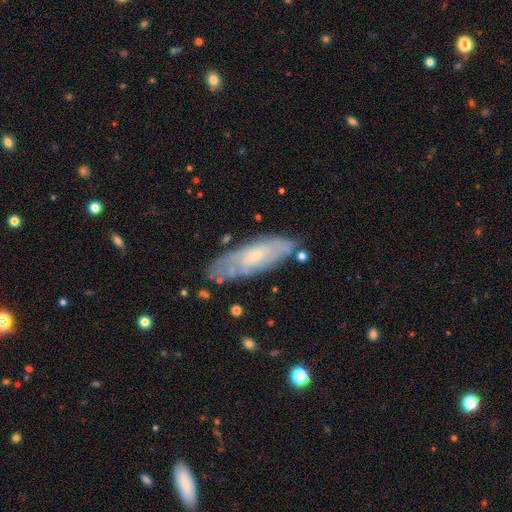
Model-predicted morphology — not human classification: type=featured or disk (56%); edge-on=no (75%); merging=none (71%).